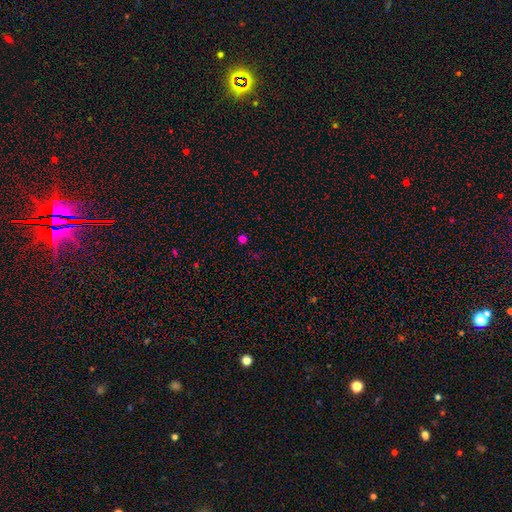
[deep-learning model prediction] Smooth or featured? Predicted: star or artifact (p=0.49).